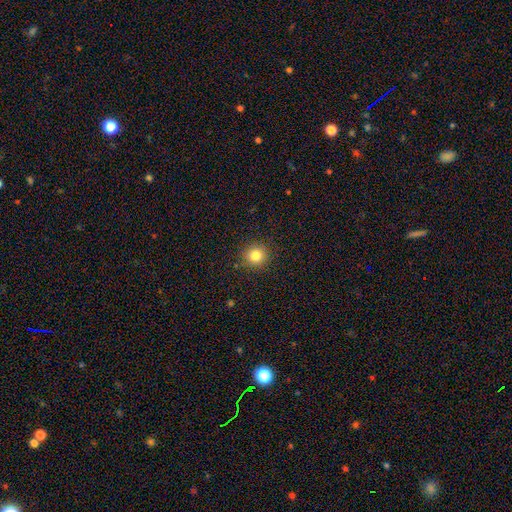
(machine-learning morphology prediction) This appears to be a smooth galaxy with no disk features (82%) that is round (93%). Merging: none (89%).